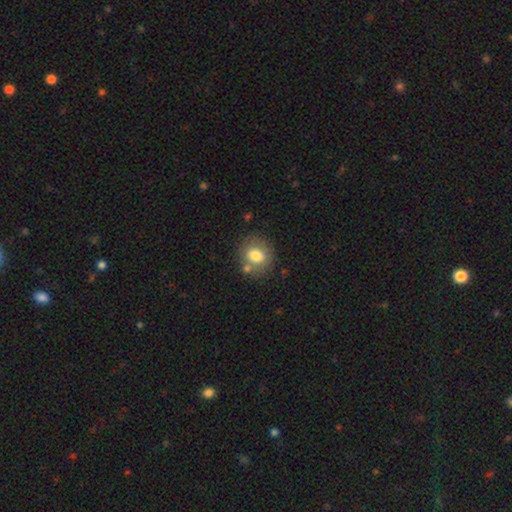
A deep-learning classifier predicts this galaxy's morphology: A smooth galaxy with no disk features (77%) that is round (66%).

Vote fractions:
- Smooth or featured? smooth: 77% / featured or disk: 14% / star or artifact: 9%
- How rounded? round: 66% / in between: 33% / cigar-shaped: 1%
- Merging? none: 72% / minor disturbance: 13% / merger: 10% / major disturbance: 4%